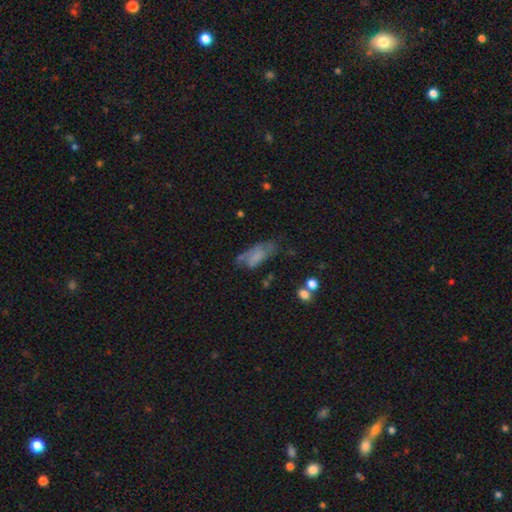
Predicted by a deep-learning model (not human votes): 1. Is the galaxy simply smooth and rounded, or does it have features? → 58% smooth, 31% featured or disk, 11% star or artifact.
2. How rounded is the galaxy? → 81% in between, 15% cigar-shaped, 4% round.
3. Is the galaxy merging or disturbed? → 40% none, 30% minor disturbance, 24% major disturbance, 7% merger.